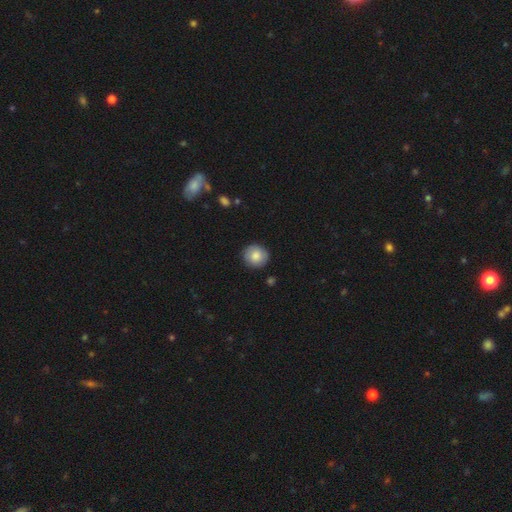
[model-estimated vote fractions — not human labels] Overall: smooth (81%). How rounded: round (89%). Merging: none (88%).